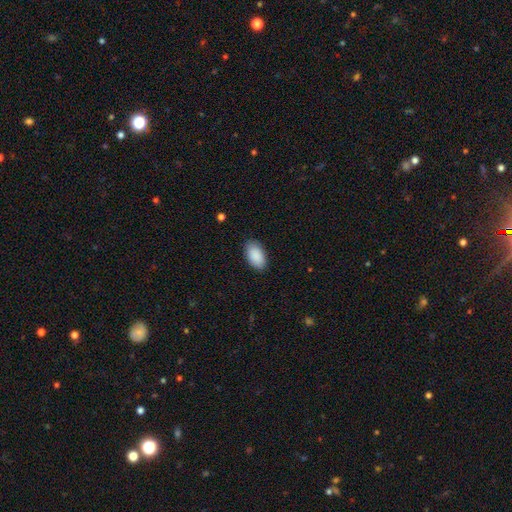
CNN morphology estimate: This appears to be a smooth galaxy with no disk features (91%) that is in between round and cigar-shaped (95%). Merging: none (86%).